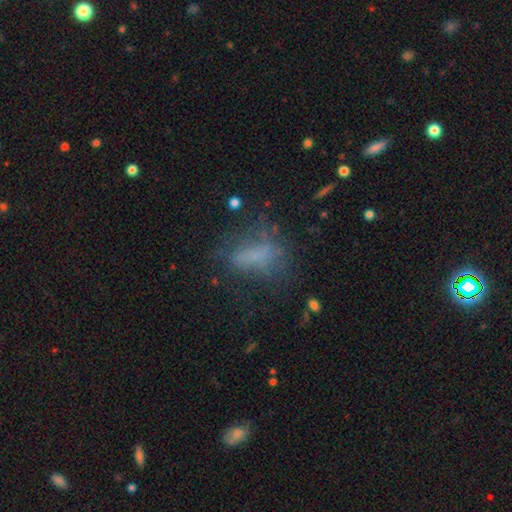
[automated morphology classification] The model was most divided on "merging": none: 49%, major disturbance: 26%, minor disturbance: 21%, merger: 4%. More confident: how rounded — in between (71%); smooth or featured — smooth (54%).